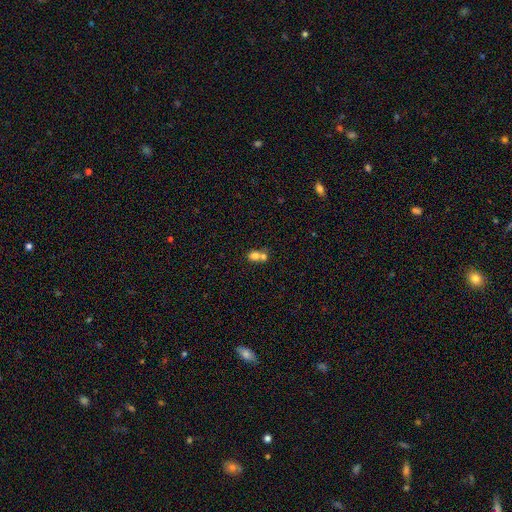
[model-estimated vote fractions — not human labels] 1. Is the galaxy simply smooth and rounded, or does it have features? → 75% smooth, 14% featured or disk, 11% star or artifact.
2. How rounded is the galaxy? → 58% round, 40% in between, 1% cigar-shaped.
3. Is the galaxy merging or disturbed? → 64% merger, 28% none, 6% minor disturbance, 3% major disturbance.